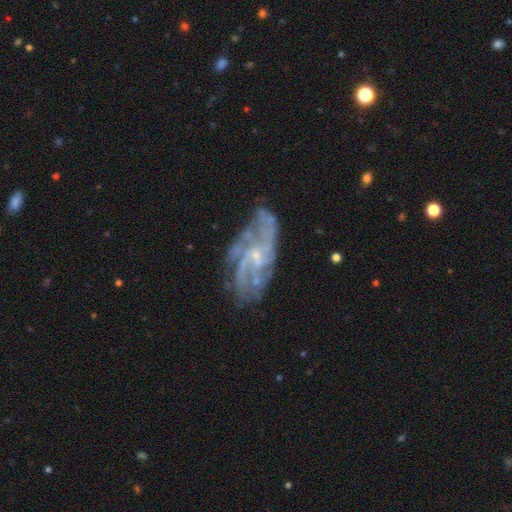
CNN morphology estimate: Smooth or featured?
  - featured or disk: 82% *
  - smooth: 9%
  - star or artifact: 8%
Edge-on disk?
  - no: 95% *
  - yes: 5%
Bar?
  - no: 55% *
  - weak: 38%
  - strong: 7%
Spiral arms?
  - yes: 87% *
  - no: 13%
Spiral winding?
  - medium: 43% *
  - tight: 30%
  - loose: 27%
Spiral arm count?
  - can't tell: 35% *
  - 4: 18%
  - 3: 17%
  - 2: 16%
  - more than 4: 7%
  - 1: 6%
Bulge size?
  - small: 71% *
  - moderate: 17%
  - none: 10%
  - large: 1%
  - dominant: 1%
Merging?
  - none: 61% *
  - minor disturbance: 21%
  - major disturbance: 15%
  - merger: 3%